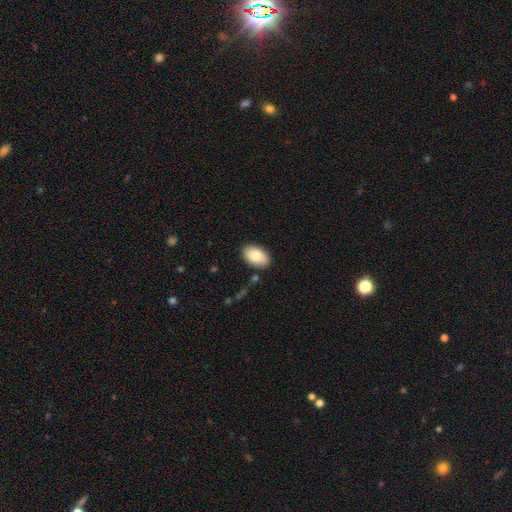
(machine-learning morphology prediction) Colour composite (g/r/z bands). It shows a smooth galaxy with no disk features (82%) that is in between round and cigar-shaped (92%). Merging: none (86%).